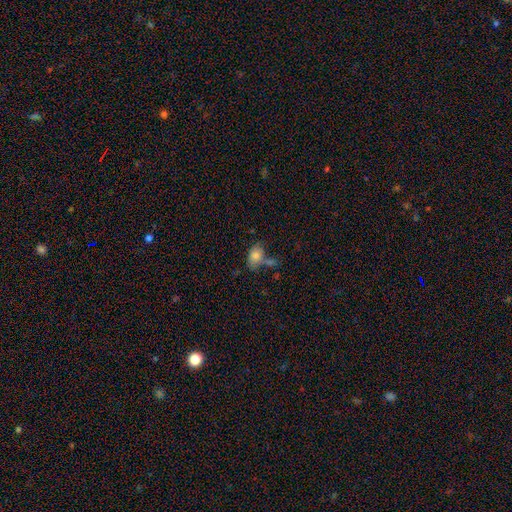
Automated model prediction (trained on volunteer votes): A smooth galaxy with no disk features (79%) that is in between round and cigar-shaped (86%). Merging: none (47%).